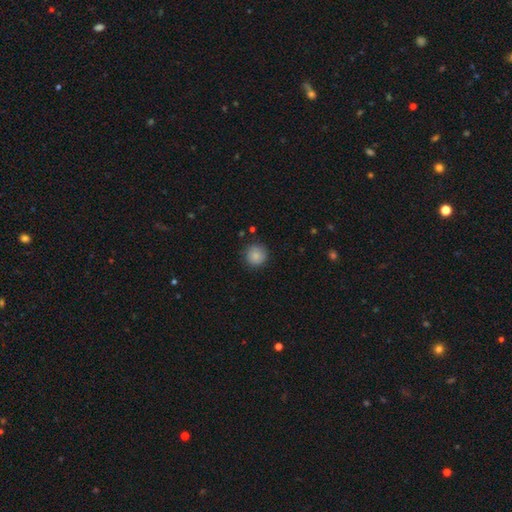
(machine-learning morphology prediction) Smooth or featured: smooth — 86% (star or artifact — 8%)
How rounded: round — 94% (in between — 5%)
Merging: none — 85% (minor disturbance — 11%)